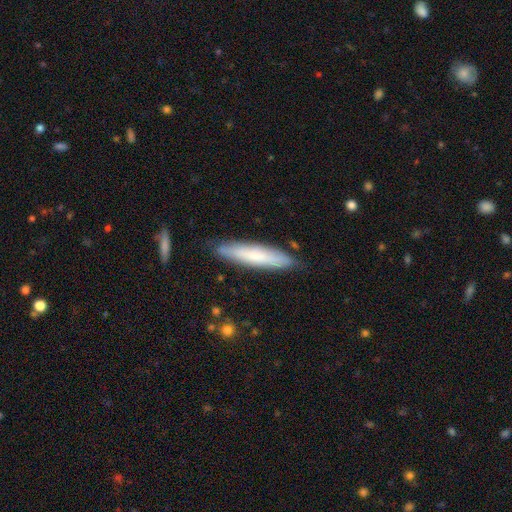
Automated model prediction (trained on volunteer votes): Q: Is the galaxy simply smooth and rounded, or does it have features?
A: smooth — 68%.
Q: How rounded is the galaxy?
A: cigar-shaped — 85%.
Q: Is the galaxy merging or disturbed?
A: none — 83%.